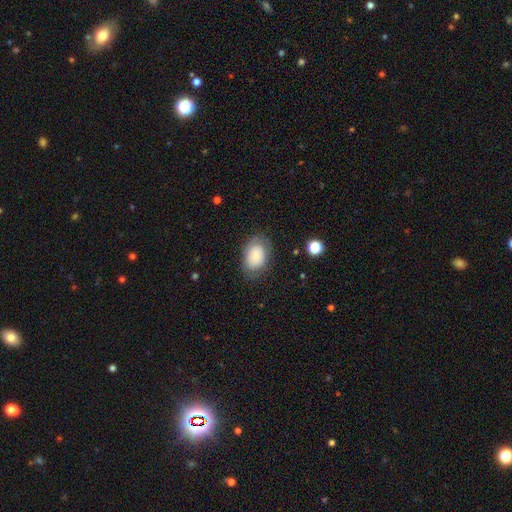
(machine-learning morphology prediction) smooth_or_featured: smooth (p=0.70) [alt: featured or disk p=0.21]
how_rounded: in between (p=0.80) [alt: round p=0.19]
merging: none (p=0.74) [alt: minor disturbance p=0.18]